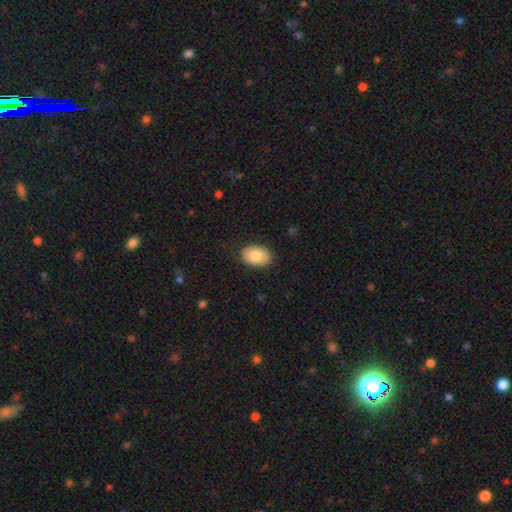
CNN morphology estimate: This is clearly a smooth galaxy (82%). How rounded: clearly in between (86%). Merging: clearly none (86%).